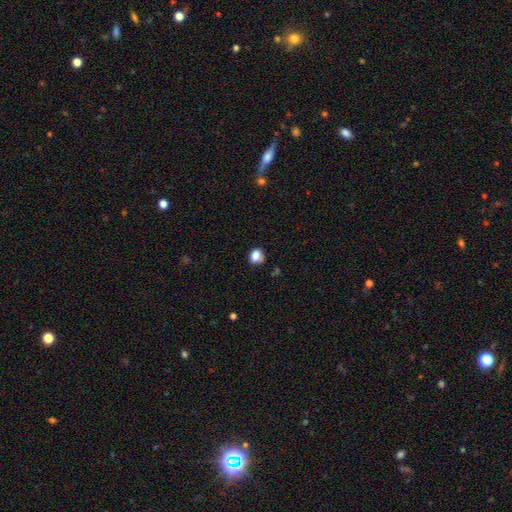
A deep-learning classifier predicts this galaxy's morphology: This appears to be a smooth galaxy with no disk features (80%) that is round (50%). Merging: none (64%).